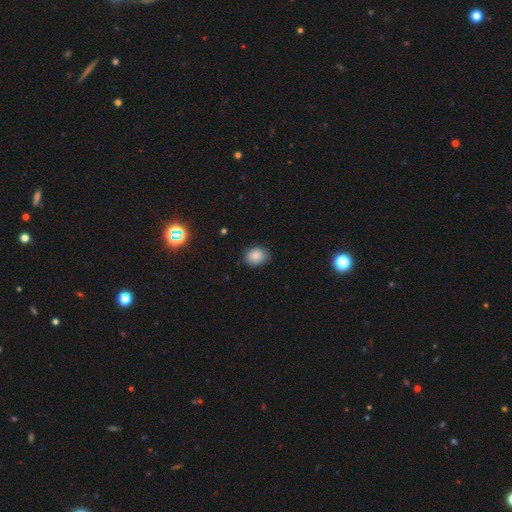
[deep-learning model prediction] Overall: smooth (85%). How rounded: in between (51%; round 48%). Merging: none (76%).